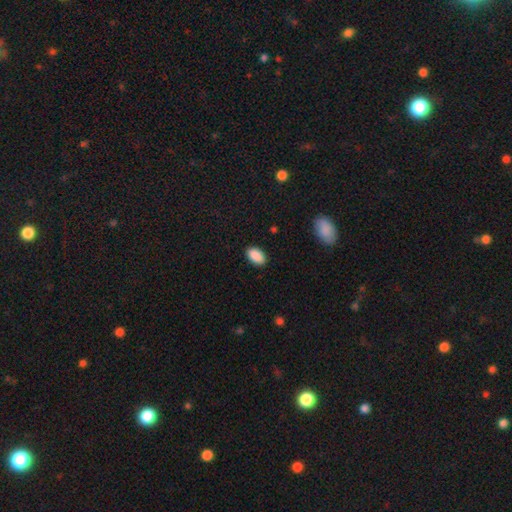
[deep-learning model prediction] This appears to be a smooth galaxy with no disk features (90%) that is in between round and cigar-shaped (93%). Merging: none (88%).